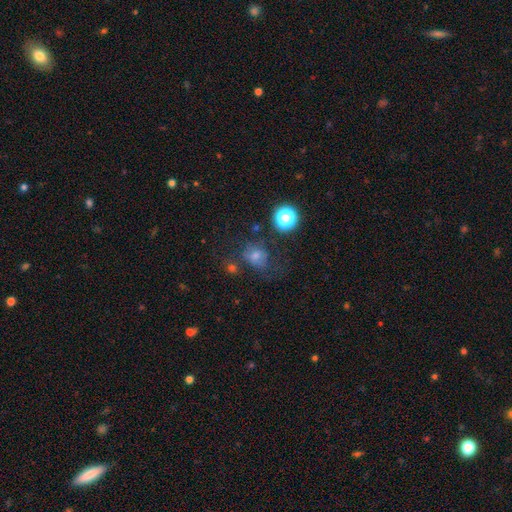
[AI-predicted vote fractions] smooth-or-featured: smooth: 52% | star or artifact: 28% | featured or disk: 21%
  how-rounded: round: 61% | in between: 38% | cigar-shaped: 1%
  merging: none: 53% | minor disturbance: 22% | major disturbance: 18% | merger: 8%